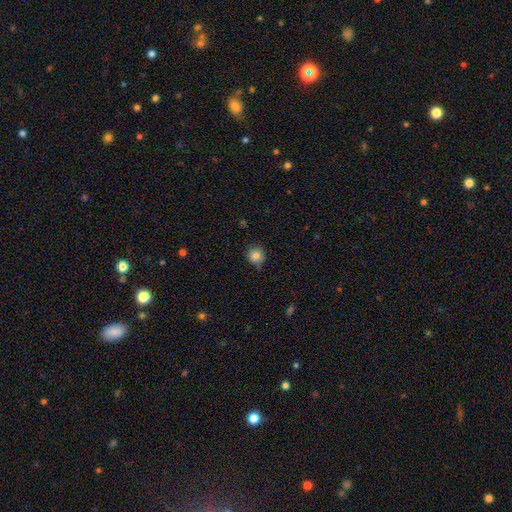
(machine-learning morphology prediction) This appears to be a smooth galaxy with no disk features (84%) that is round (91%). Merging: none (81%).